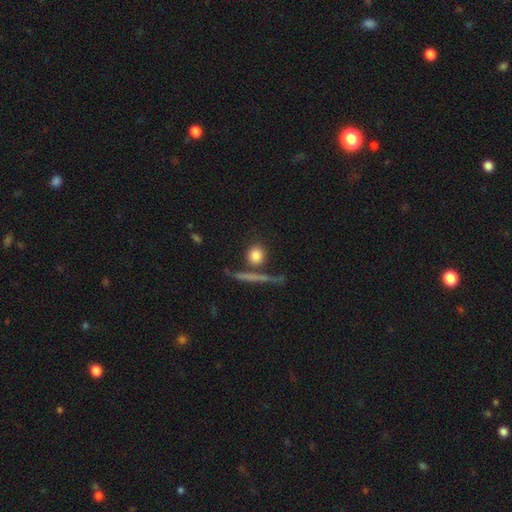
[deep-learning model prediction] The model was most divided on "merging": none: 71%, merger: 13%, minor disturbance: 11%, major disturbance: 5%. More confident: how rounded — round (83%); smooth or featured — smooth (81%).